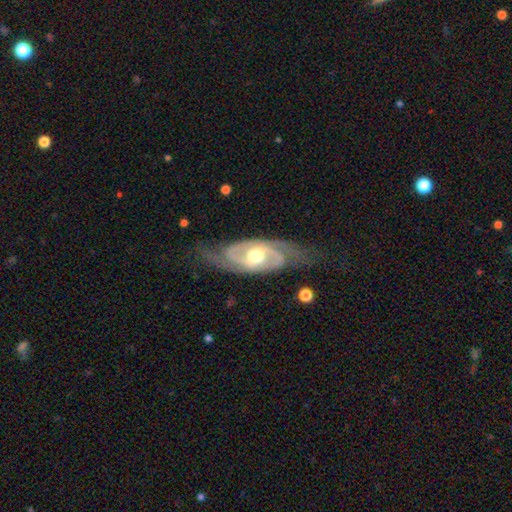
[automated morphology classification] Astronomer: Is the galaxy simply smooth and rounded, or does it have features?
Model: featured or disk — 89%.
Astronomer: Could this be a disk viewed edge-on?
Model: no — 93%.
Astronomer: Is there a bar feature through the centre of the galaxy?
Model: no — 45% (runner-up: weak, 39%).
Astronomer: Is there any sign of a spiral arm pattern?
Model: yes — 96%.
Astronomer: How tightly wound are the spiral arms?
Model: medium — 45% (runner-up: tight, 40%).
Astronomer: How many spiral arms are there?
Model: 2 — 87%.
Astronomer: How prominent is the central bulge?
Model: moderate — 75%.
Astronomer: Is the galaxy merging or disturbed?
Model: none — 70%.